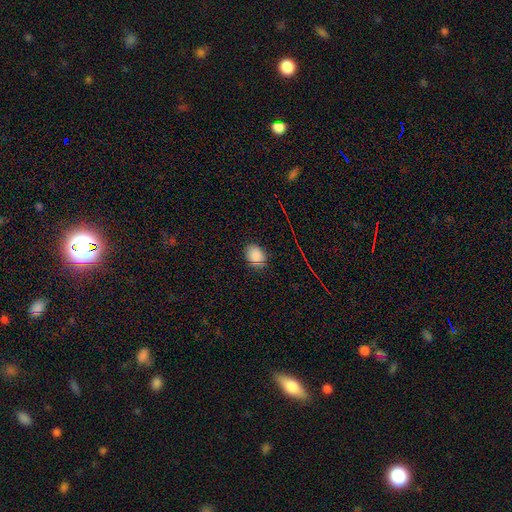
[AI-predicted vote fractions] smooth 78%, star or artifact 16%, featured or disk 6%. Down the decision tree: how rounded — in between (58%); merging — none (81%).